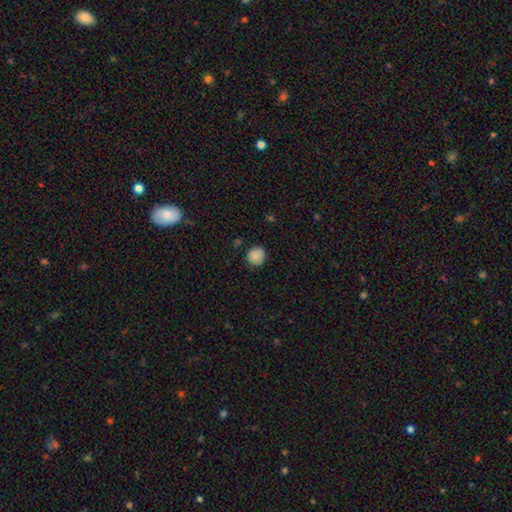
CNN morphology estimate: Smooth or featured: smooth — 86% (star or artifact — 9%)
How rounded: round — 89% (in between — 10%)
Merging: none — 84% (minor disturbance — 12%)